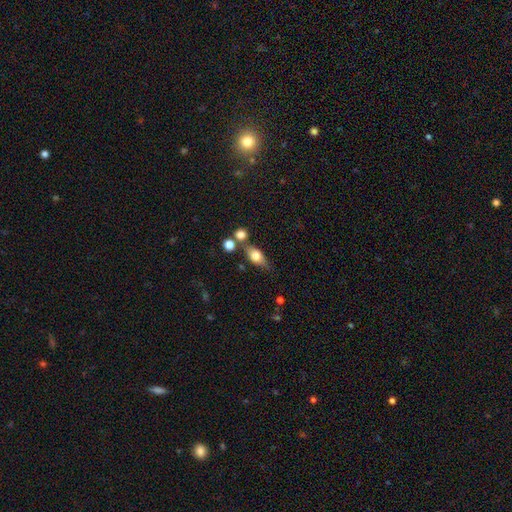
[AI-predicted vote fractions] smooth 71%, featured or disk 20%, star or artifact 9%. Down the decision tree: how rounded — in between (75%); merging — none (59%).